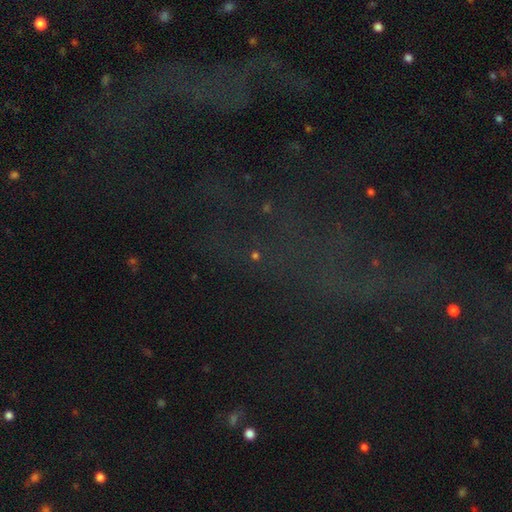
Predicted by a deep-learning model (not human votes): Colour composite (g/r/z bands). It shows a star or artifact, not a galaxy (70%).